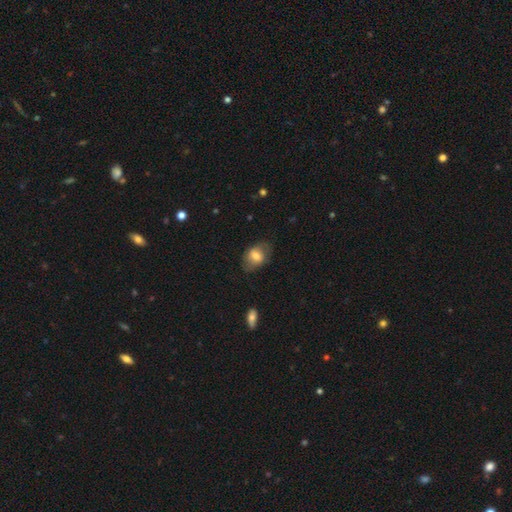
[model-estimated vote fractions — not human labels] Q: Smooth or featured?
A: smooth (67%); runner-up: featured or disk (26%)
Q: How rounded?
A: in between (73%); runner-up: round (26%)
Q: Merging?
A: none (65%); runner-up: minor disturbance (23%)